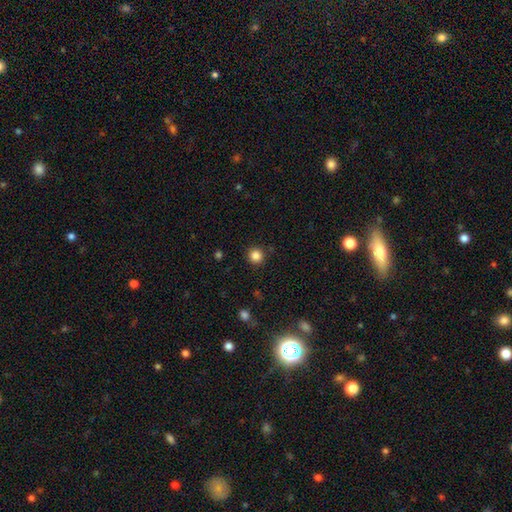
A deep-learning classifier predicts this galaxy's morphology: smooth-or-featured: smooth: 85% | star or artifact: 12% | featured or disk: 4%
  how-rounded: round: 95% | in between: 4% | cigar-shaped: 1%
  merging: none: 91% | minor disturbance: 6% | major disturbance: 2% | merger: 1%